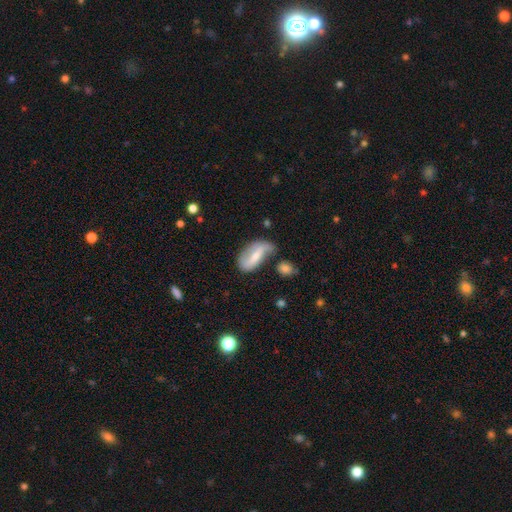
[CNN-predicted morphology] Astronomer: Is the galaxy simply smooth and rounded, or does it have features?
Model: featured or disk — 55% (runner-up: smooth, 39%).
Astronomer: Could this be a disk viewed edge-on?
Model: no — 91%.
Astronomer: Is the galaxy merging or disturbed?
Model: none — 53%.